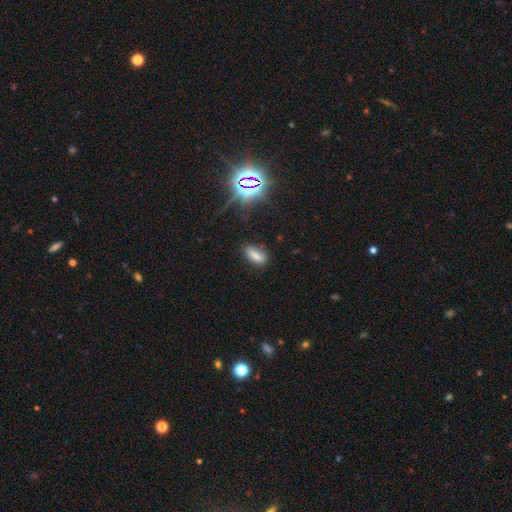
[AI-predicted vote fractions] smooth_or_featured: smooth (p=0.67) [alt: star or artifact p=0.18]
how_rounded: in between (p=0.81) [alt: cigar-shaped p=0.15]
merging: none (p=0.75) [alt: minor disturbance p=0.18]